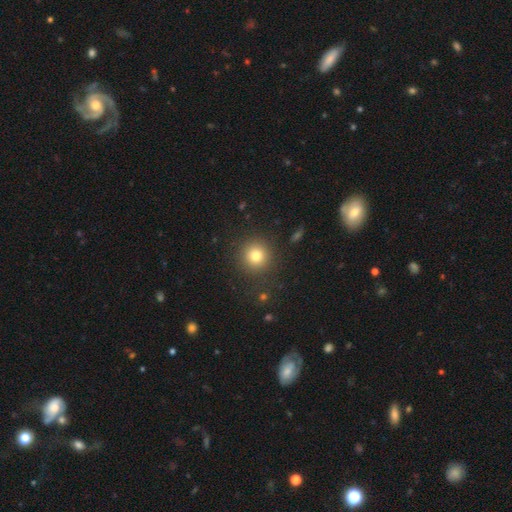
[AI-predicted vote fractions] A smooth galaxy with no disk features (79%) that is round (94%).

Vote fractions:
- Smooth or featured? smooth: 79% / star or artifact: 13% / featured or disk: 8%
- How rounded? round: 94% / in between: 5% / cigar-shaped: 1%
- Merging? none: 89% / minor disturbance: 6% / major disturbance: 3% / merger: 1%